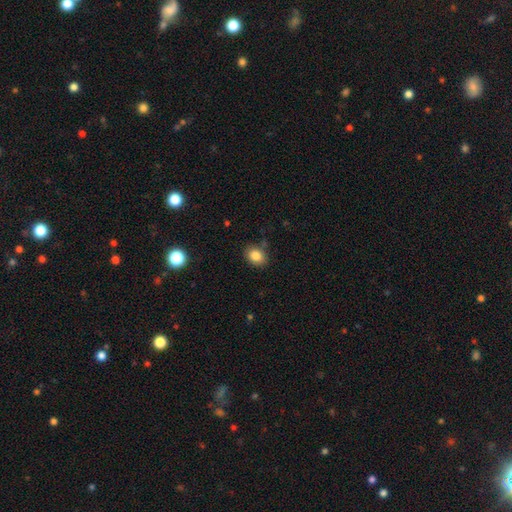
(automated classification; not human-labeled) Smooth or featured? Predicted: smooth (p=0.84). How rounded? Predicted: in between (p=0.62). Merging? Predicted: none (p=0.82).